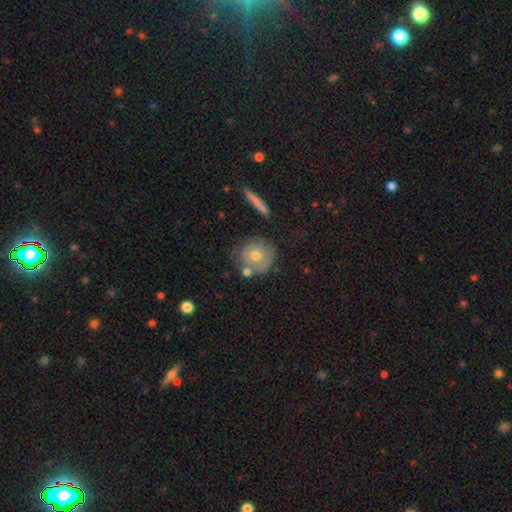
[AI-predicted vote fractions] smooth_or_featured: smooth (p=0.51) [alt: featured or disk p=0.41]
how_rounded: round (p=0.88) [alt: in between p=0.11]
merging: none (p=0.66) [alt: minor disturbance p=0.17]